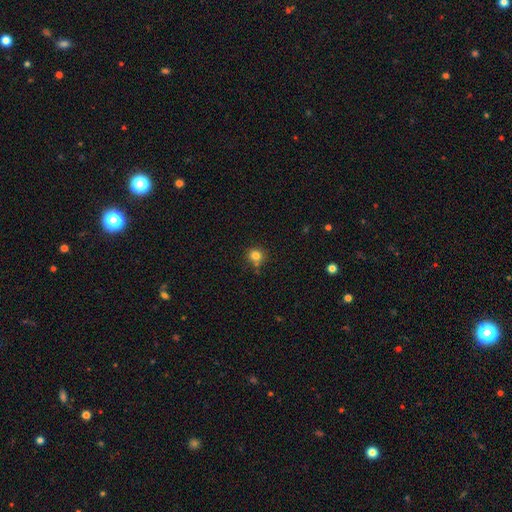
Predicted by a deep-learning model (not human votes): Smooth or featured? smooth (81%)
How rounded? round (89%)
Merging? none (72%)